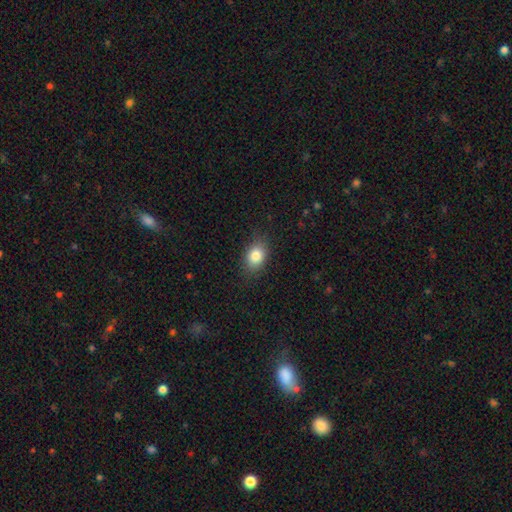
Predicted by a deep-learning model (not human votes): Smooth or featured: smooth — 84% (star or artifact — 9%)
How rounded: in between — 73% (round — 26%)
Merging: none — 84% (minor disturbance — 12%)